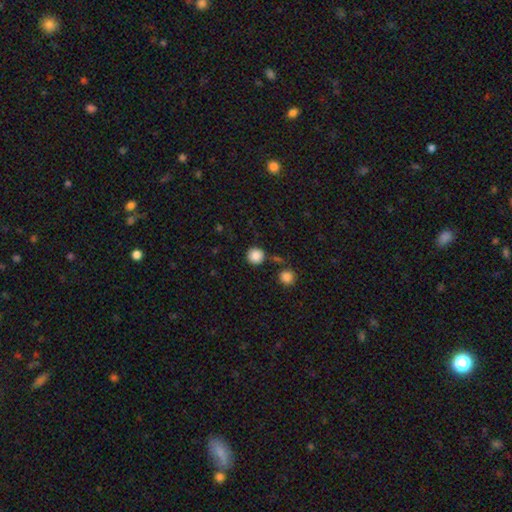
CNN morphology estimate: smooth_or_featured: smooth (p=0.86) [alt: star or artifact p=0.10]
how_rounded: round (p=0.95) [alt: in between p=0.04]
merging: none (p=0.86) [alt: minor disturbance p=0.07]